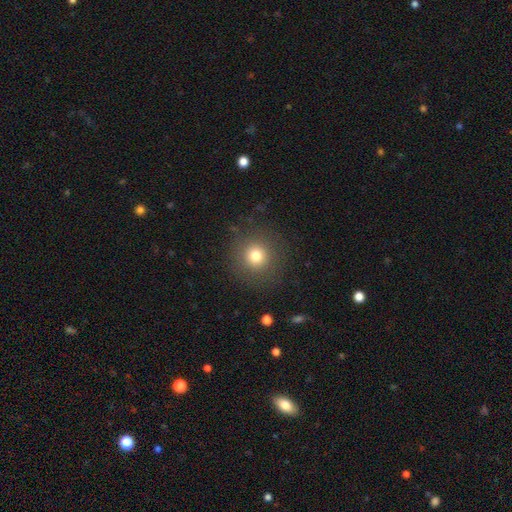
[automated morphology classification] This is likely a smooth galaxy (76%). How rounded: clearly round (94%). Merging: clearly none (87%).